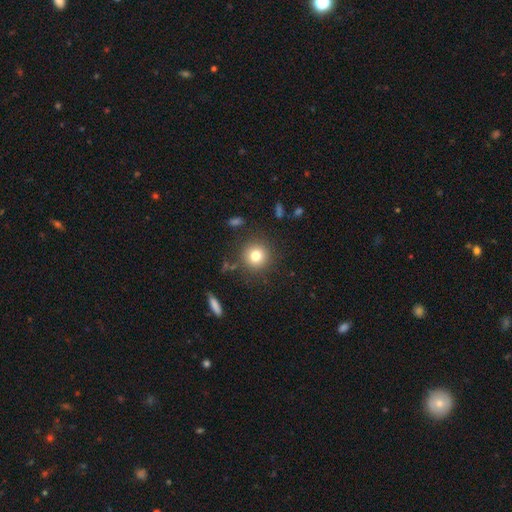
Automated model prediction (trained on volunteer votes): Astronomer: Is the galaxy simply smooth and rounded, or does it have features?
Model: smooth — 78%.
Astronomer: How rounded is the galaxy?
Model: round — 94%.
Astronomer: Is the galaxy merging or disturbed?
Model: none — 86%.